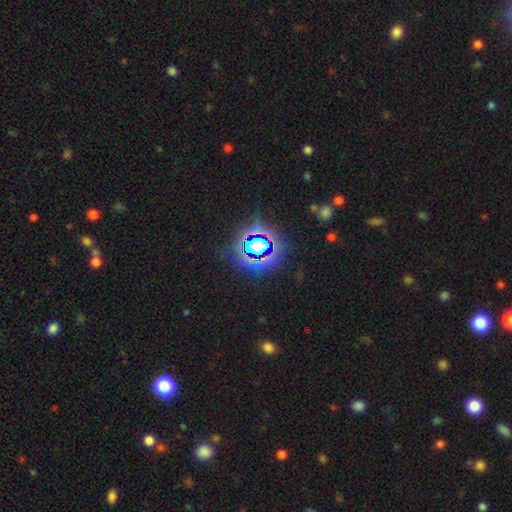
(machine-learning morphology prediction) smooth_or_featured: star or artifact (p=0.76) [alt: smooth p=0.15]